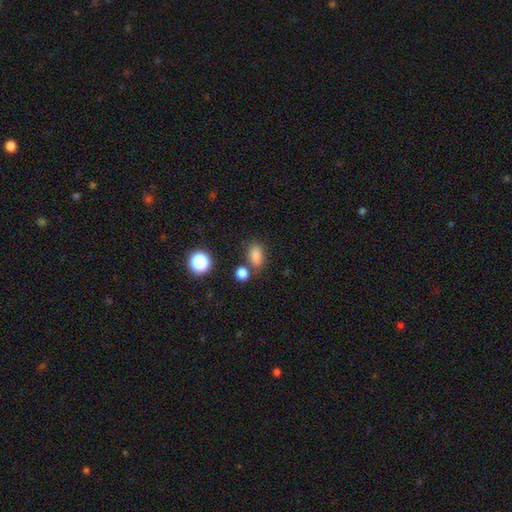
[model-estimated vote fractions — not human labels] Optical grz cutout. It shows a smooth galaxy with no disk features (82%) that is in between round and cigar-shaped (79%). Merging: none (64%).